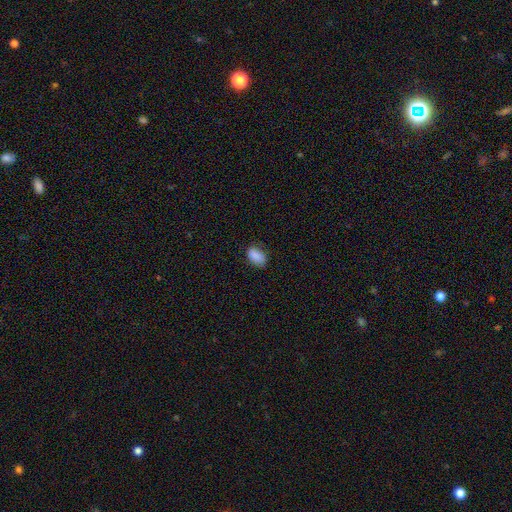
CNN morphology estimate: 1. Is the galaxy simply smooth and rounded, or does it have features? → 88% smooth, 8% star or artifact, 5% featured or disk.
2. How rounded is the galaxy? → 89% in between, 9% round, 2% cigar-shaped.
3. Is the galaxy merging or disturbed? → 74% none, 21% minor disturbance, 4% major disturbance, 1% merger.